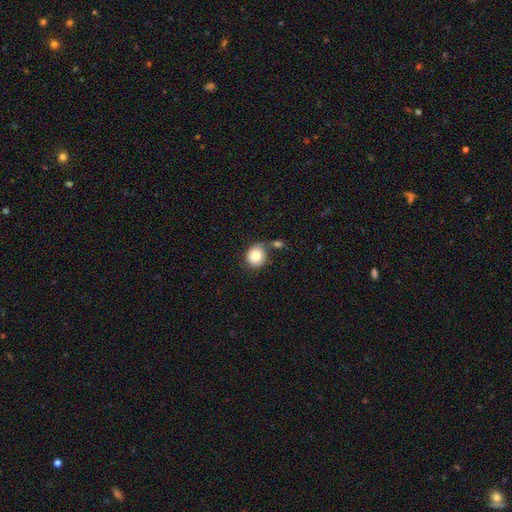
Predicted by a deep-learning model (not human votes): This appears to be a smooth galaxy with no disk features (82%) that is round (71%). Merging: none (54%).